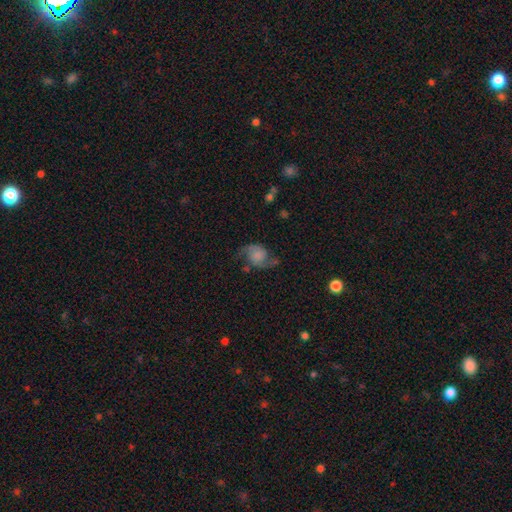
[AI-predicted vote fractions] Morphology: type=featured or disk (76%); edge-on=no (97%); bar=no (70%); spiral arms=yes (95%); winding=loose (52%); arm count=2 (92%); bulge=none (39%); merging=none (71%).